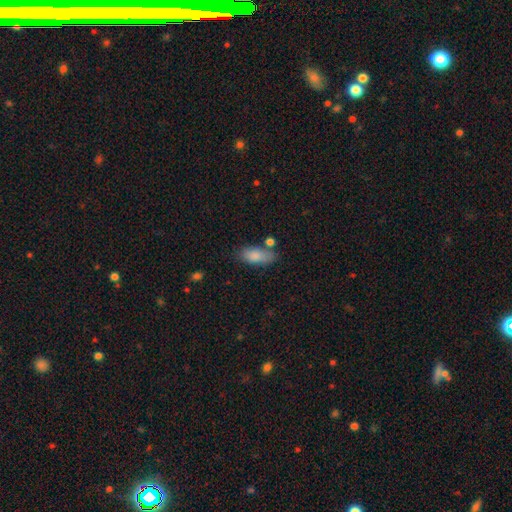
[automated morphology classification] This is clearly a smooth galaxy (85%). How rounded: clearly in between (86%). Merging: likely none (63%).